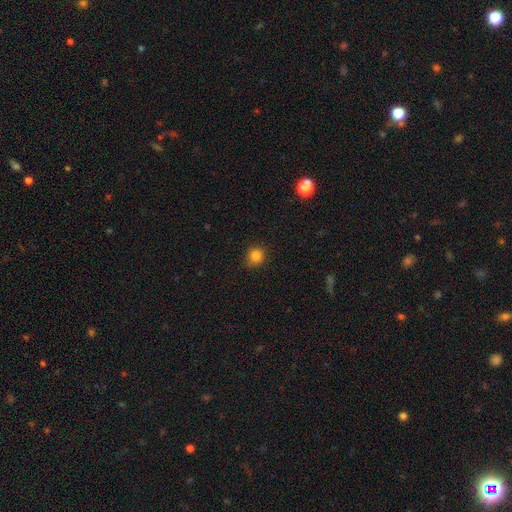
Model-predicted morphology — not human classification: This appears to be a smooth galaxy with no disk features (84%) that is round (86%). Merging: none (78%).